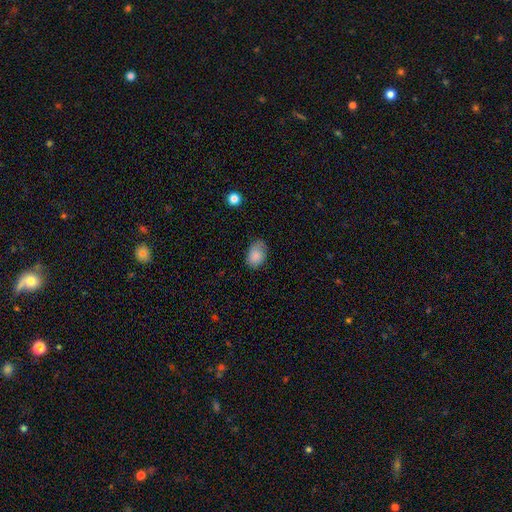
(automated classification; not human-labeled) Smooth or featured: smooth — 86% (star or artifact — 8%)
How rounded: in between — 83% (round — 15%)
Merging: none — 62% (minor disturbance — 29%)